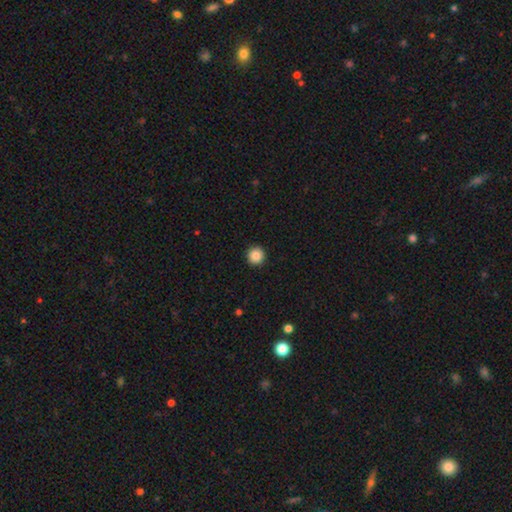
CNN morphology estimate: A smooth galaxy with no disk features (87%) that is round (96%). Merging: none (93%).